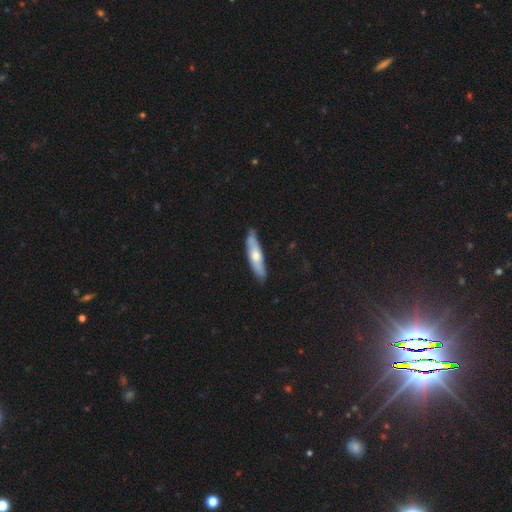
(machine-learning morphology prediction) Overall: smooth (50%; featured or disk 45%). Merging: none (80%).